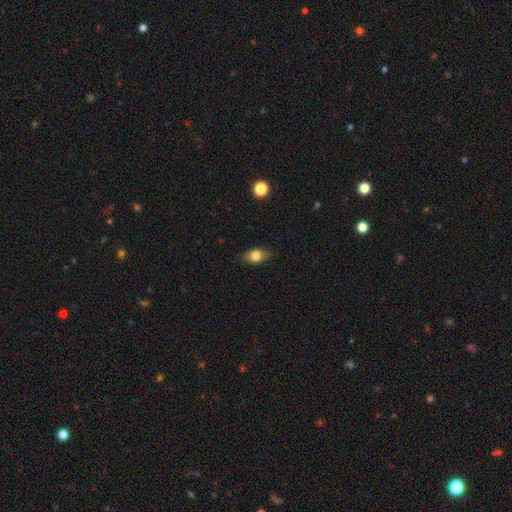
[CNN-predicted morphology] A smooth galaxy with no disk features (78%) that is in between round and cigar-shaped (79%).

Vote fractions:
- Smooth or featured? smooth: 78% / featured or disk: 13% / star or artifact: 9%
- How rounded? in between: 79% / round: 17% / cigar-shaped: 4%
- Merging? none: 82% / minor disturbance: 14% / major disturbance: 3% / merger: 1%